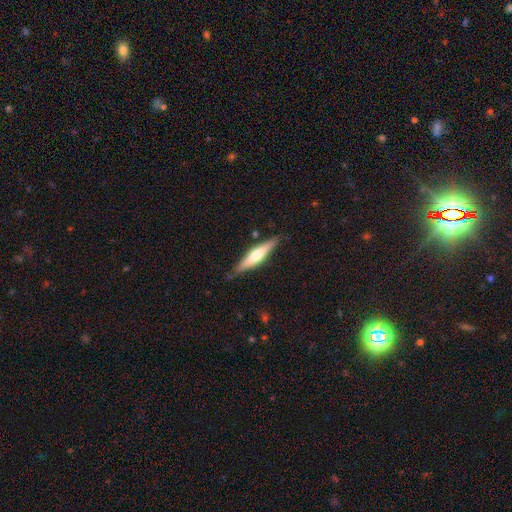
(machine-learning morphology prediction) This is possibly a featured or disk galaxy (59%). It is clearly viewed edge-on (96%). Edge-on bulge: clearly rounded (84%). Merging: clearly none (86%).